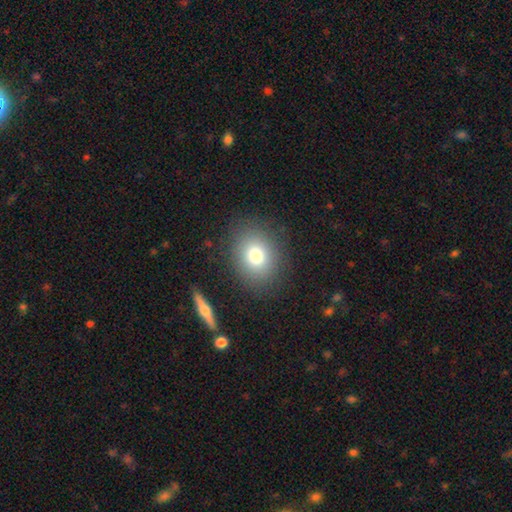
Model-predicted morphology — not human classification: smooth 77%, star or artifact 12%, featured or disk 11%. Down the decision tree: how rounded — round (55%); merging — none (85%).